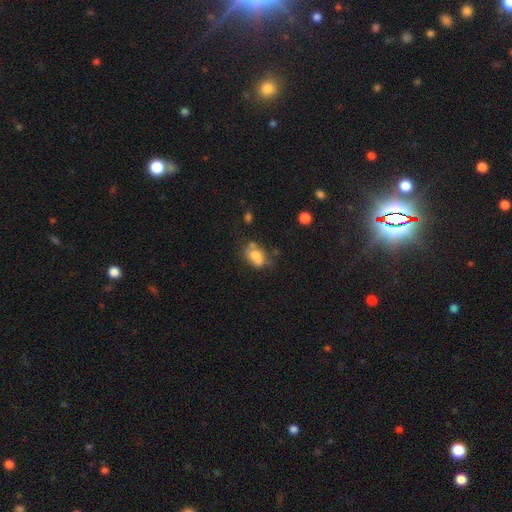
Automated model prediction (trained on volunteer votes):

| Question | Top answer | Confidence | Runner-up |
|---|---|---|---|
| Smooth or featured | smooth | 64% | featured or disk (26%) |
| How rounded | in between | 75% | round (23%) |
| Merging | none | 40% | minor disturbance (25%) |